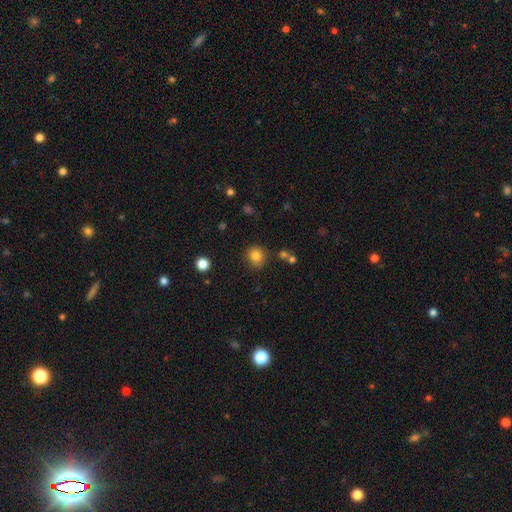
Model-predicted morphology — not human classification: Smooth or featured? smooth (81%)
How rounded? round (83%)
Merging? none (80%)